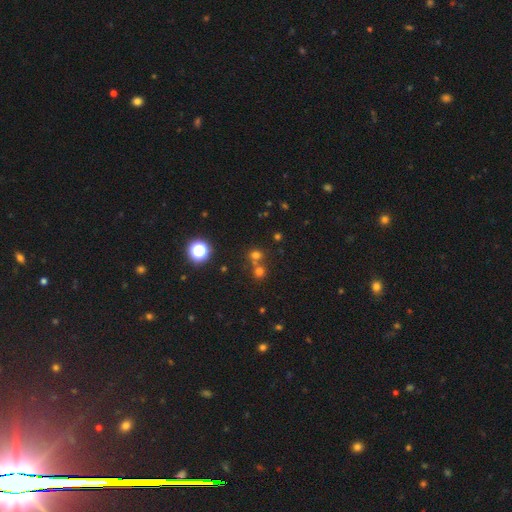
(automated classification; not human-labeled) The model was most divided on "merging": none: 54%, merger: 38%, minor disturbance: 5%, major disturbance: 3%. More confident: how rounded — round (87%); smooth or featured — smooth (61%).